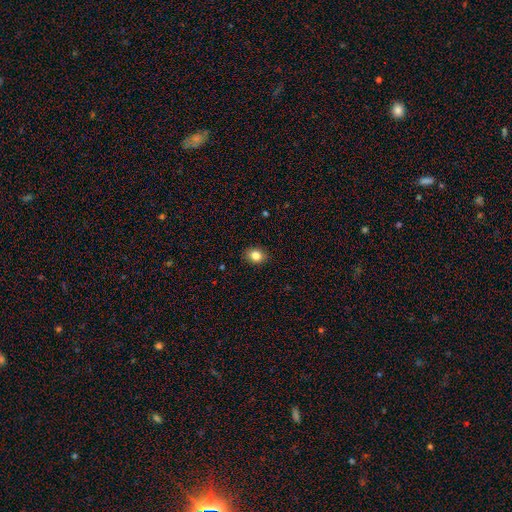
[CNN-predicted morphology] A smooth galaxy with no disk features (83%) that is in between round and cigar-shaped (51%). Merging: none (89%).